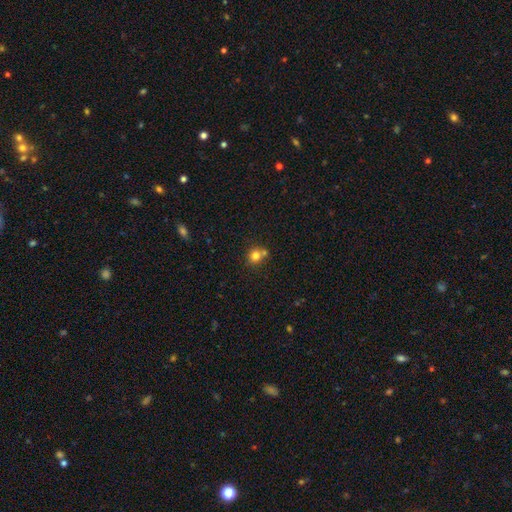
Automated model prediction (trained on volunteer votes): Morphology: type=smooth (78%); roundness=round (84%); merging=none (59%).